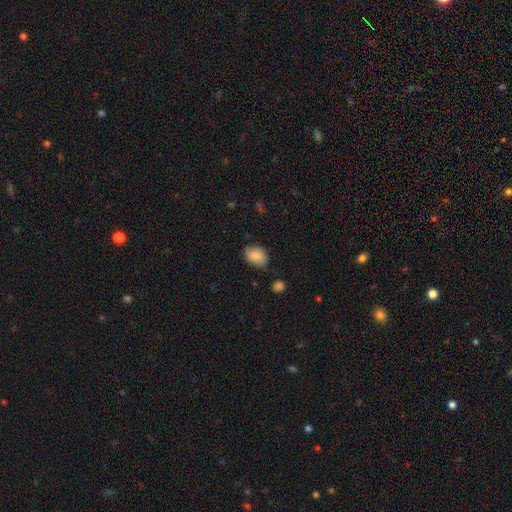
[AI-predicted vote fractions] Overall: smooth (84%). How rounded: in between (73%). Merging: none (75%).